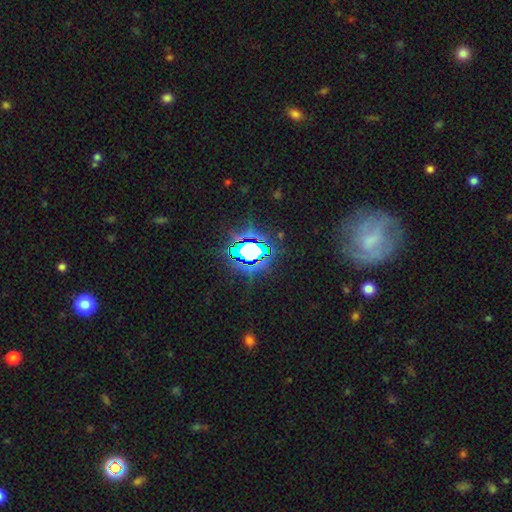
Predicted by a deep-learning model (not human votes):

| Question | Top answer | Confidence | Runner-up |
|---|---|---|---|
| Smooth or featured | star or artifact | 76% | smooth (13%) |